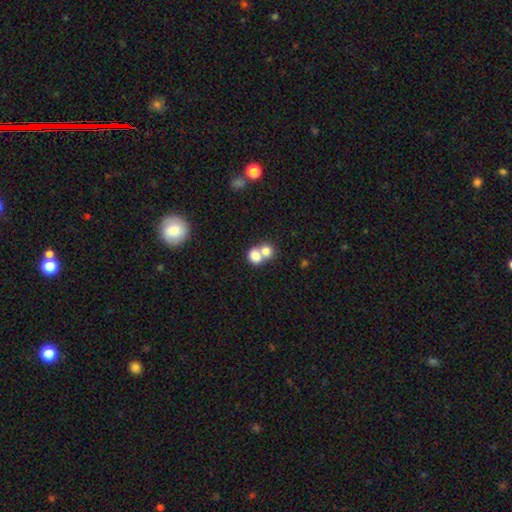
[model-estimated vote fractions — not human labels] smooth_or_featured: smooth (p=0.79) [alt: featured or disk p=0.12]
how_rounded: round (p=0.63) [alt: in between p=0.36]
merging: merger (p=0.65) [alt: none p=0.27]